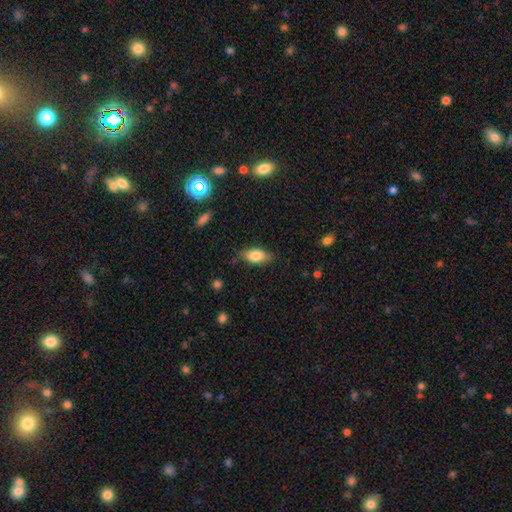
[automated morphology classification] type=smooth (79%); roundness=in between (87%); merging=none (77%).